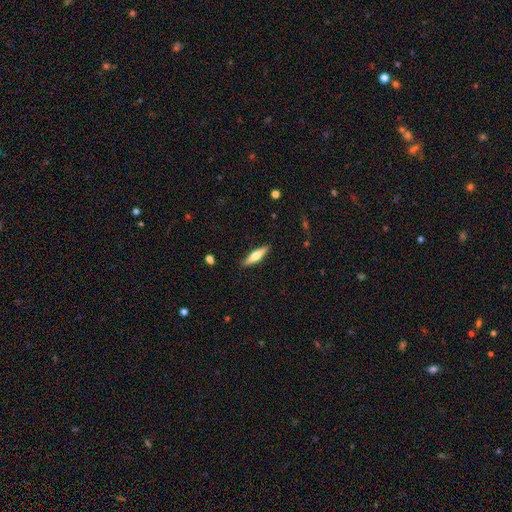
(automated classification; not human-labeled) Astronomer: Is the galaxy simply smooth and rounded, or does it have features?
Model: smooth — 52% (runner-up: featured or disk, 43%).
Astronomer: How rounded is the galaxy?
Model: cigar-shaped — 75%.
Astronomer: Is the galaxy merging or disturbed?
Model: none — 89%.